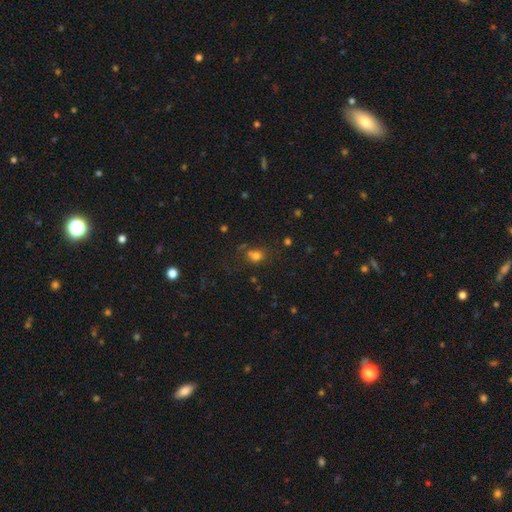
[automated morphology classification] Smooth or featured: smooth — 71% (star or artifact — 19%)
How rounded: round — 68% (in between — 31%)
Merging: none — 50% (merger — 27%)